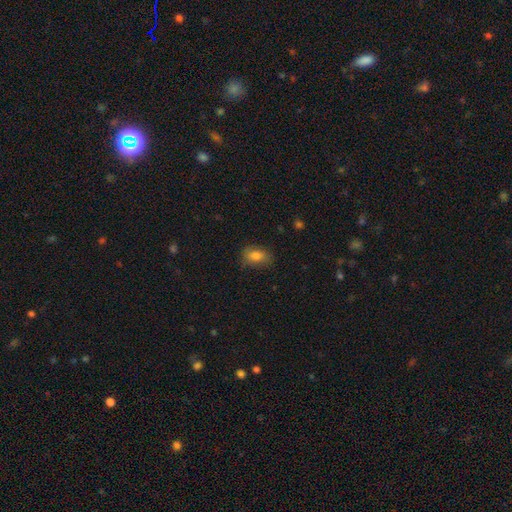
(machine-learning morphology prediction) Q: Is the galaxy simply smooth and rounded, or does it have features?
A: smooth — 80%.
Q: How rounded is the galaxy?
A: in between — 82%.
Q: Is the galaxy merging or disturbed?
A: none — 74%.